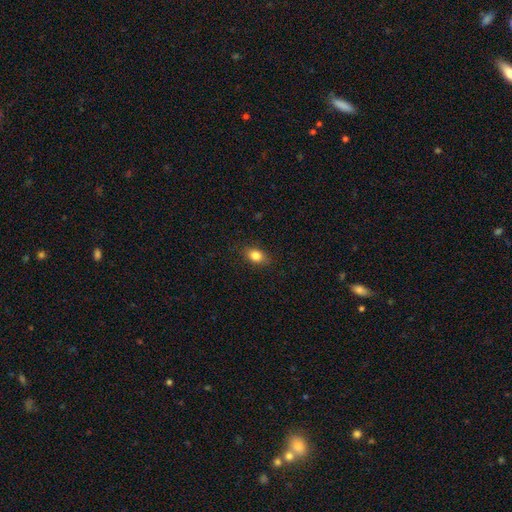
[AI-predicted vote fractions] Overall: smooth (84%). How rounded: in between (75%). Merging: none (87%).